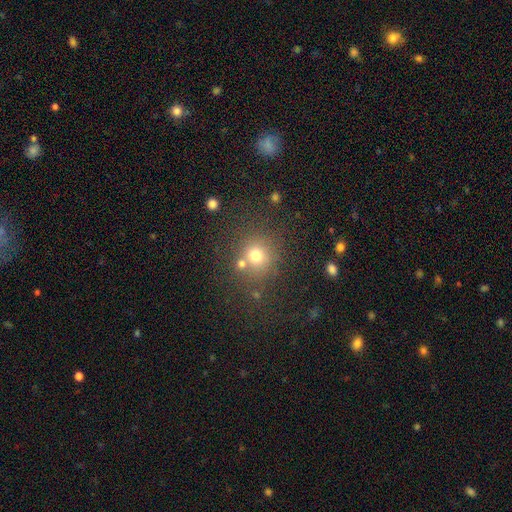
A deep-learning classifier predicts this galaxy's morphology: A smooth galaxy with no disk features (71%) that is round (88%).

Vote fractions:
- Smooth or featured? smooth: 71% / star or artifact: 19% / featured or disk: 10%
- How rounded? round: 88% / in between: 11% / cigar-shaped: 1%
- Merging? none: 70% / merger: 15% / minor disturbance: 11% / major disturbance: 5%